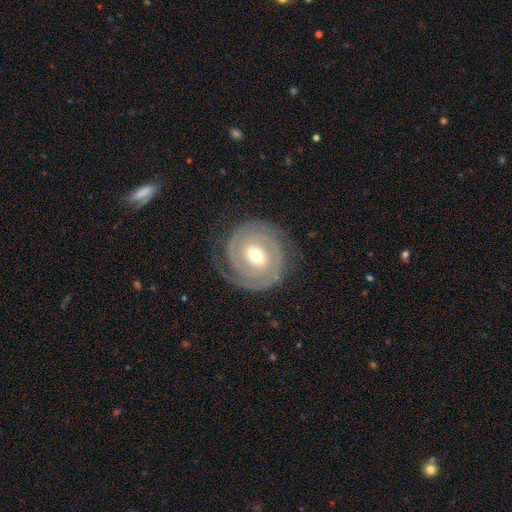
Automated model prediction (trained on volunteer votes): A featured or disk galaxy (85%) with no bar (48%), 2 (65%) tight (76%) spiral arms (93%) and a moderate central bulge (66%). Merging: none (77%).